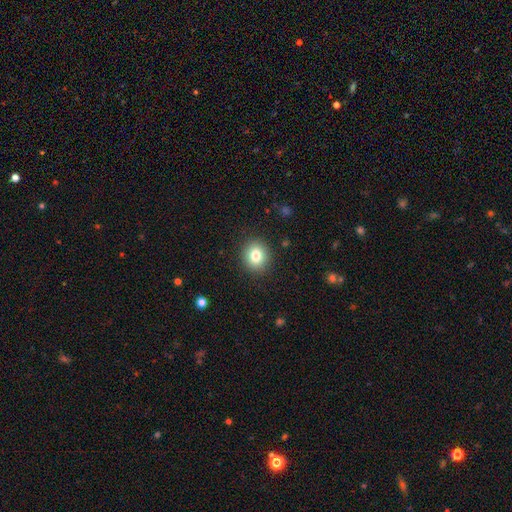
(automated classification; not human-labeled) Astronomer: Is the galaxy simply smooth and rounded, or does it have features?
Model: smooth — 81%.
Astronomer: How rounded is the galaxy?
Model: round — 74%.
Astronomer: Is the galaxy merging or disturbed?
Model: none — 89%.